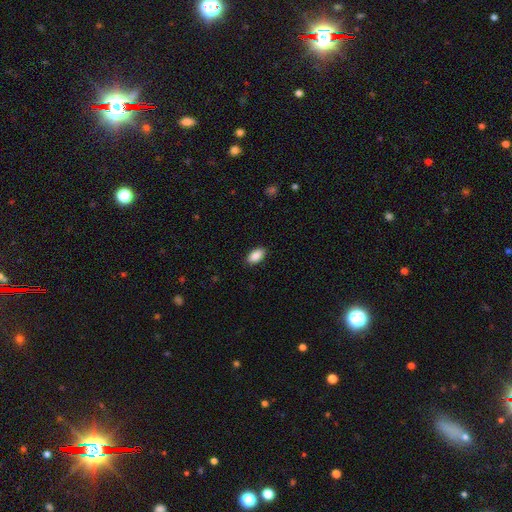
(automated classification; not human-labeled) smooth-or-featured: smooth: 90% | star or artifact: 7% | featured or disk: 3%
  how-rounded: in between: 94% | round: 4% | cigar-shaped: 2%
  merging: none: 88% | minor disturbance: 9% | major disturbance: 2% | merger: 1%